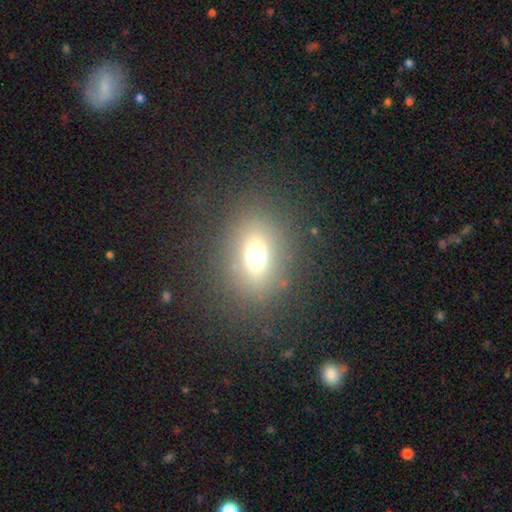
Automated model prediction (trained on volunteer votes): This is likely a smooth galaxy (66%). How rounded: possibly in between (58%). Merging: clearly none (80%).